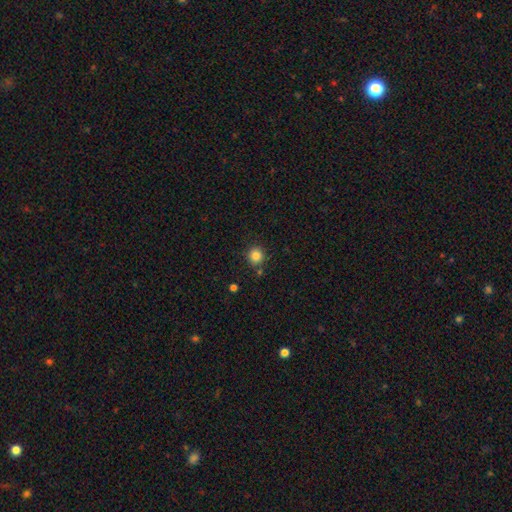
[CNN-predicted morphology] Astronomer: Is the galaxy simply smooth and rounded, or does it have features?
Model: smooth — 84%.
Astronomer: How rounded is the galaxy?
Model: round — 91%.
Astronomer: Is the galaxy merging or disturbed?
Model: none — 83%.